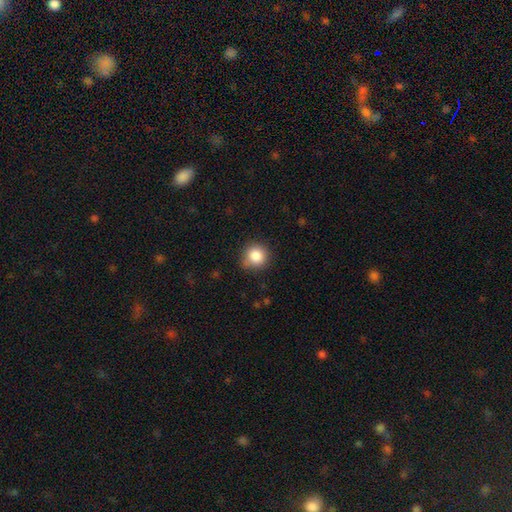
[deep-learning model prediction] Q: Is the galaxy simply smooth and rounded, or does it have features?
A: smooth — 85%.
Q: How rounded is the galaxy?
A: round — 92%.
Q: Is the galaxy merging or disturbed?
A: none — 81%.